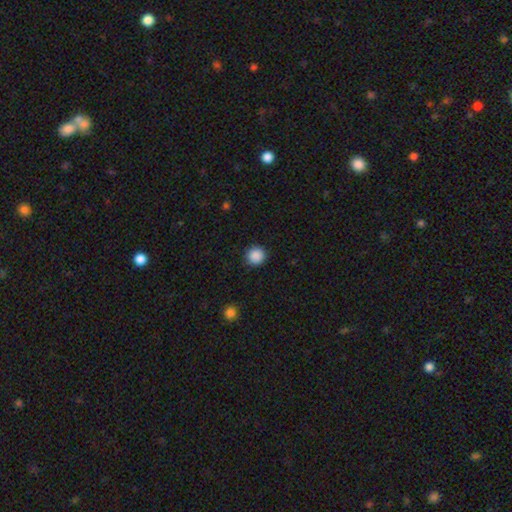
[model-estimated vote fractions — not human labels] A smooth galaxy with no disk features (89%) that is round (95%). Merging: none (91%).